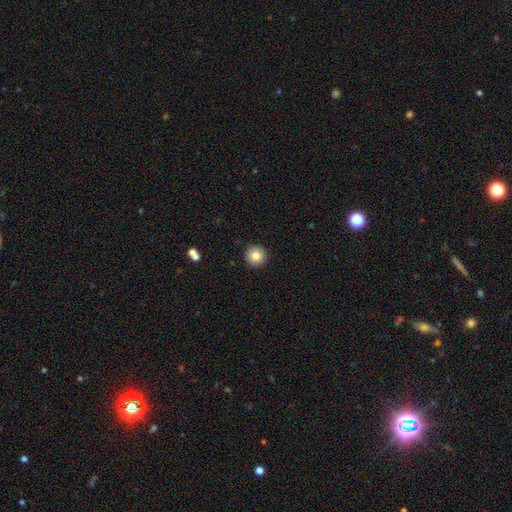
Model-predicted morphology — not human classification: This is clearly a smooth galaxy (83%). How rounded: clearly round (96%). Merging: clearly none (93%).